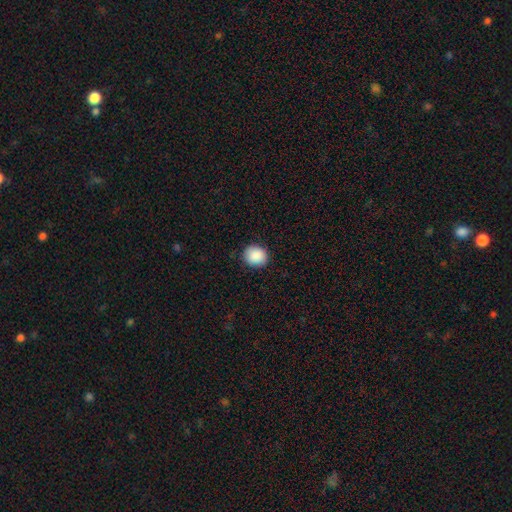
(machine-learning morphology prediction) type=smooth (90%); roundness=round (77%); merging=none (89%).